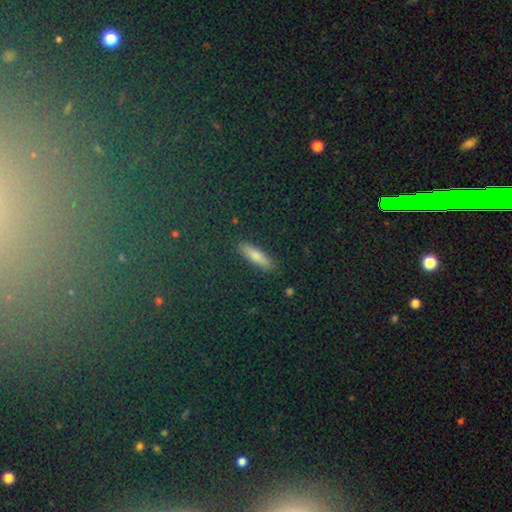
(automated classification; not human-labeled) Smooth or featured: smooth — 70% (featured or disk — 18%)
How rounded: cigar-shaped — 79% (in between — 18%)
Merging: none — 90% (minor disturbance — 7%)